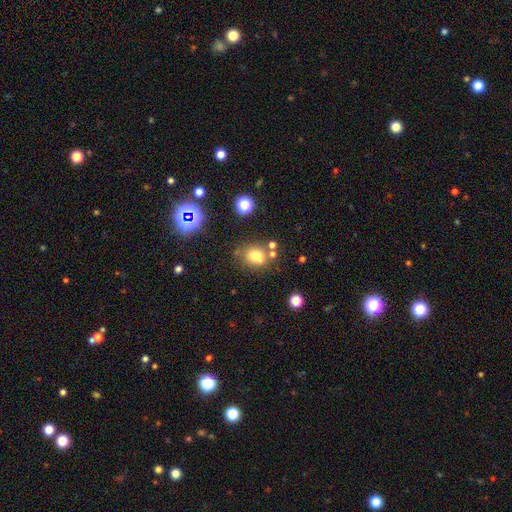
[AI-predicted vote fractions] Smooth or featured? Predicted: smooth (p=0.73). How rounded? Predicted: round (p=0.65). Merging? Predicted: none (p=0.68).